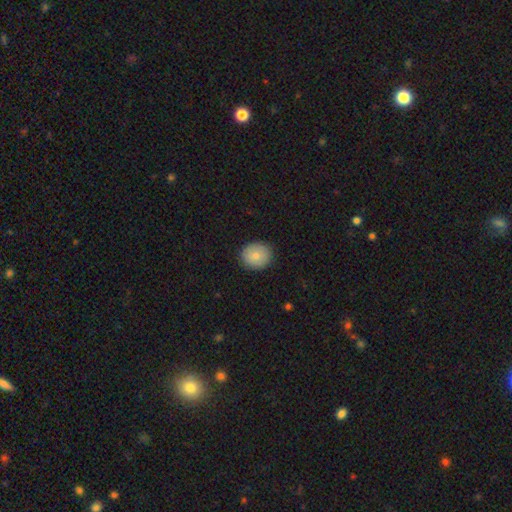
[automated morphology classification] Overall: smooth (83%). How rounded: round (77%). Merging: none (89%).